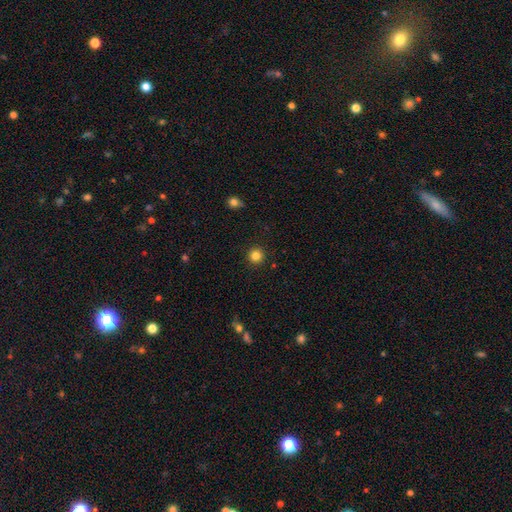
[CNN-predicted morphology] Smooth or featured? smooth (84%)
How rounded? round (96%)
Merging? none (92%)